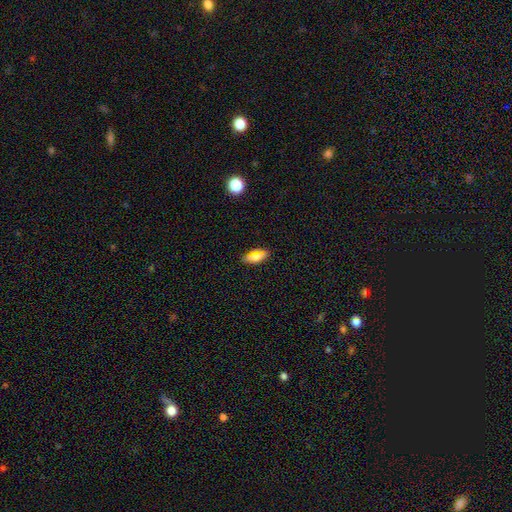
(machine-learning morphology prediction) Smooth or featured?
  - smooth: 68% *
  - featured or disk: 18%
  - star or artifact: 14%
How rounded?
  - in between: 79% *
  - cigar-shaped: 16%
  - round: 5%
Merging?
  - none: 85% *
  - minor disturbance: 11%
  - major disturbance: 2%
  - merger: 1%